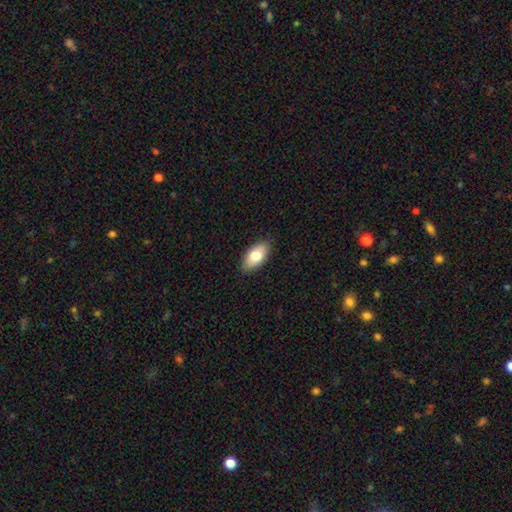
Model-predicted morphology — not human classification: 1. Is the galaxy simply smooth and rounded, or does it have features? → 77% smooth, 16% featured or disk, 7% star or artifact.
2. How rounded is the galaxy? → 93% in between, 3% cigar-shaped, 3% round.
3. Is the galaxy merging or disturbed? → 88% none, 10% minor disturbance, 2% major disturbance, 1% merger.